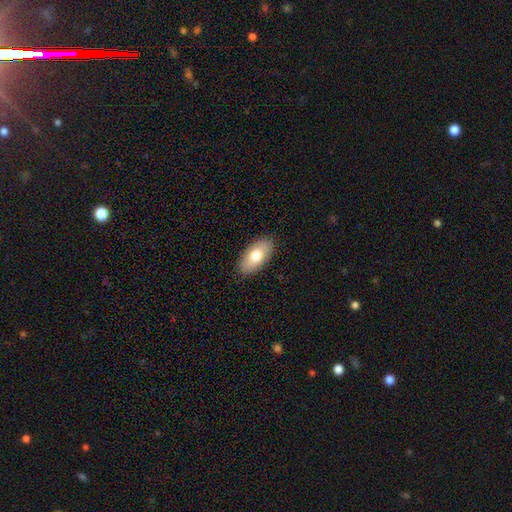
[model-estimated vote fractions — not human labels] This appears to be a smooth galaxy with no disk features (75%) that is in between round and cigar-shaped (92%). Merging: none (89%).